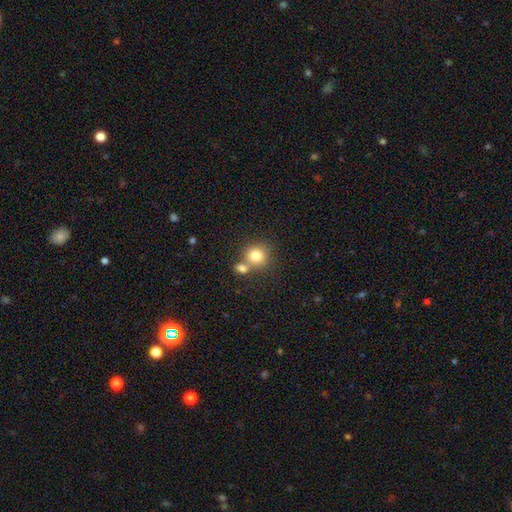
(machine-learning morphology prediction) This appears to be a smooth galaxy with no disk features (79%) that is round (87%). Merging: none (54%).